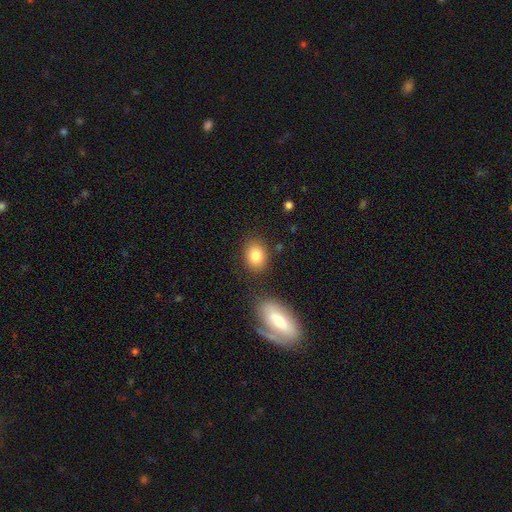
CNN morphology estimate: type=smooth (83%); roundness=in between (54%); merging=none (81%).